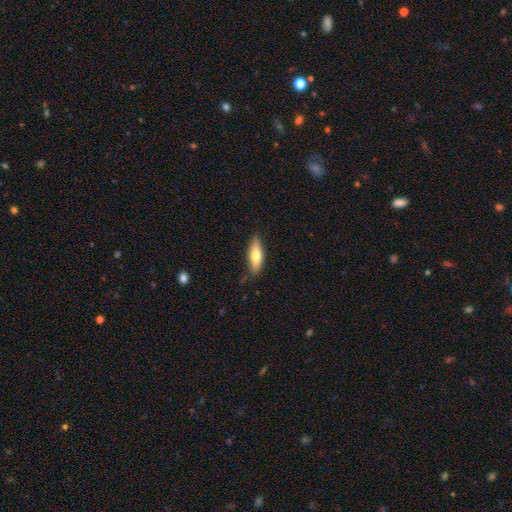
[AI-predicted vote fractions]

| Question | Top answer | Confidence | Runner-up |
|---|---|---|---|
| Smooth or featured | smooth | 69% | featured or disk (25%) |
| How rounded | in between | 53% | cigar-shaped (45%) |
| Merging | none | 80% | minor disturbance (16%) |